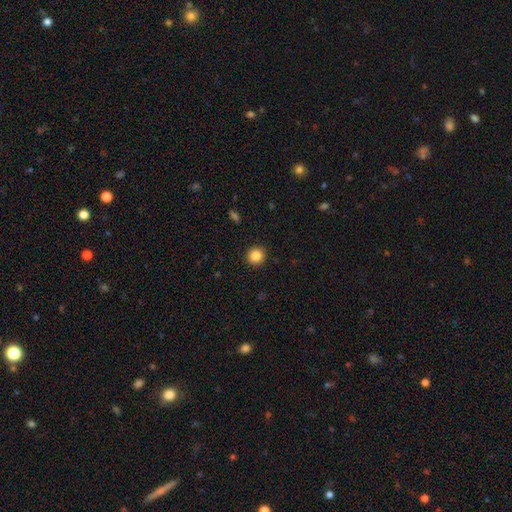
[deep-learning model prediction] Smooth or featured: smooth — 85% (star or artifact — 10%)
How rounded: round — 93% (in between — 6%)
Merging: none — 93% (minor disturbance — 5%)